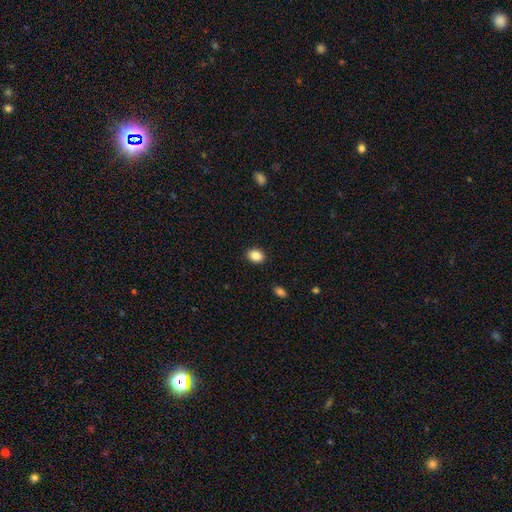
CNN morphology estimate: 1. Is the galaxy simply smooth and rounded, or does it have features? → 86% smooth, 9% star or artifact, 5% featured or disk.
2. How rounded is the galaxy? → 60% in between, 39% round, 1% cigar-shaped.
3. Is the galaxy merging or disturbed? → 90% none, 7% minor disturbance, 2% major disturbance, 1% merger.